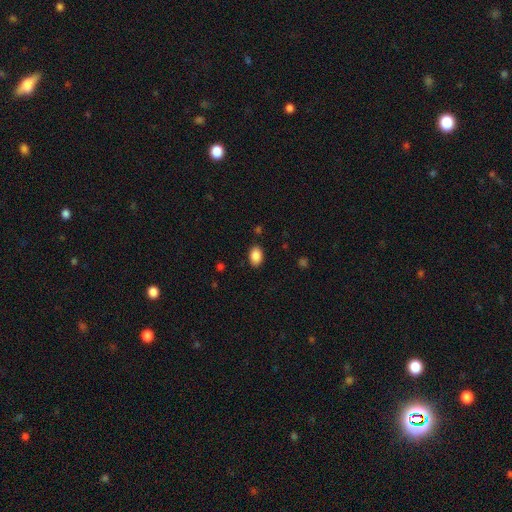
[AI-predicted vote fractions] smooth-or-featured: smooth: 88% | star or artifact: 8% | featured or disk: 4%
  how-rounded: in between: 85% | round: 13% | cigar-shaped: 1%
  merging: none: 87% | minor disturbance: 9% | major disturbance: 2% | merger: 1%